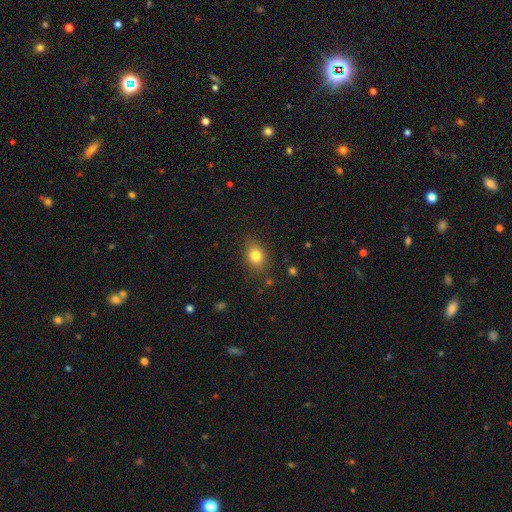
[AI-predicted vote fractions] Morphology: type=smooth (80%); roundness=in between (59%); merging=none (82%).